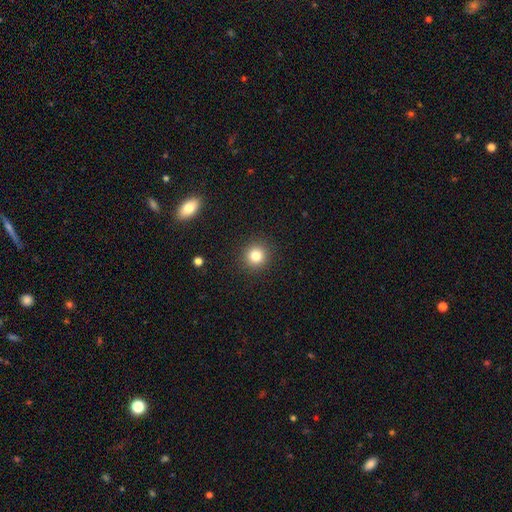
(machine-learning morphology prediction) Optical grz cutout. It shows a smooth galaxy with no disk features (82%) that is round (93%). Merging: none (91%).